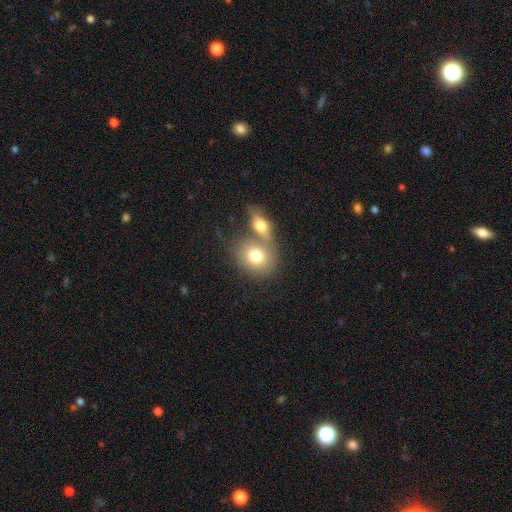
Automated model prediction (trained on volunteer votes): This is likely a smooth galaxy (74%). How rounded: likely round (60%). Merging: possibly merger (53%).